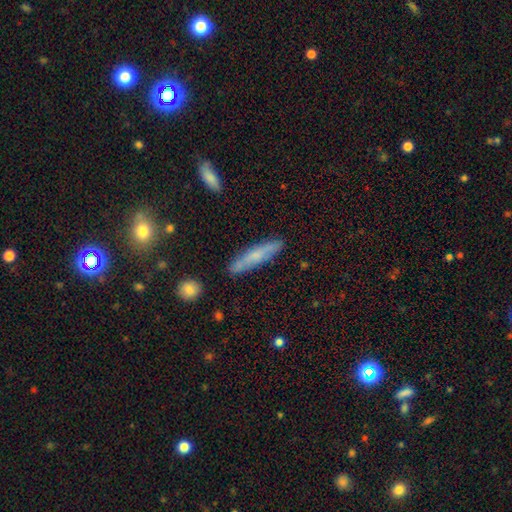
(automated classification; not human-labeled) This appears to be a smooth galaxy with no disk features (60%) that is cigar-shaped (88%). Merging: none (86%).